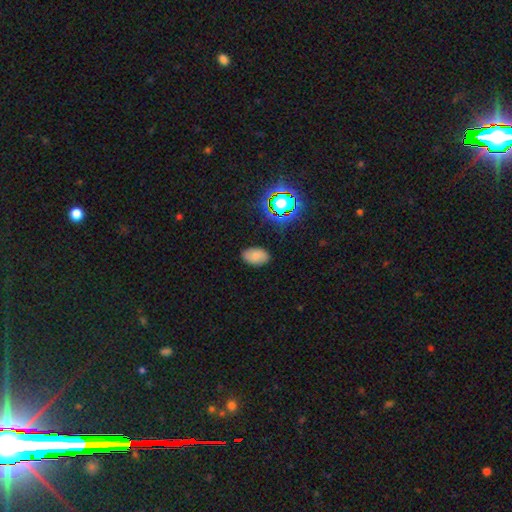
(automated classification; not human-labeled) Morphology: type=smooth (77%); roundness=in between (92%); merging=none (85%).